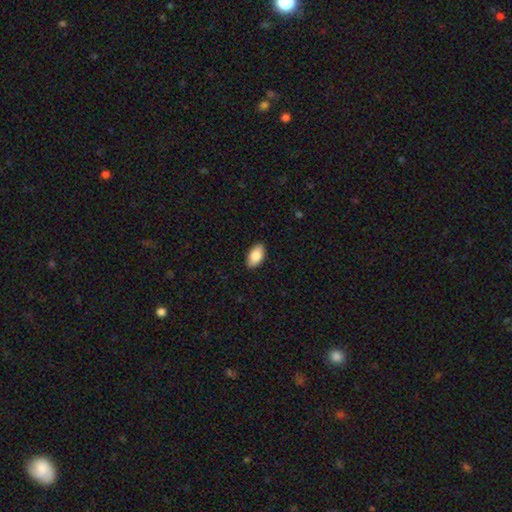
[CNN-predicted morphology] This is clearly a smooth galaxy (86%). How rounded: clearly in between (94%). Merging: clearly none (88%).